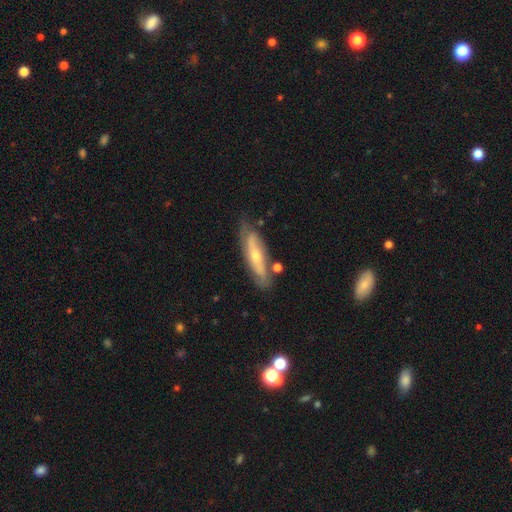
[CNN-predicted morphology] A featured or disk galaxy (65%).

Vote fractions:
- Smooth or featured? featured or disk: 65% / smooth: 29% / star or artifact: 6%
- Edge-on disk? no: 60% / yes: 40%
- Merging? none: 68% / minor disturbance: 21% / major disturbance: 6% / merger: 5%